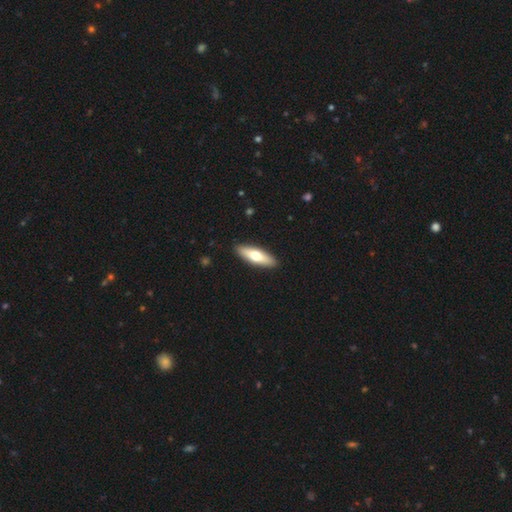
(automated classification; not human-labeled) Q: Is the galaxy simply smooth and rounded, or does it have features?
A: smooth — 59%.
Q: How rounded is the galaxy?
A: cigar-shaped — 57%.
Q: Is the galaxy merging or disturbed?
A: none — 91%.